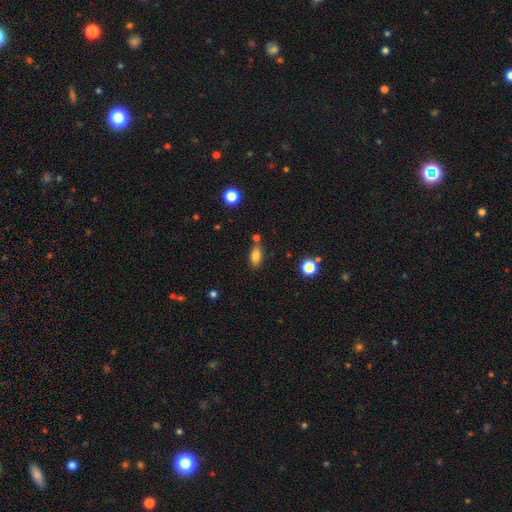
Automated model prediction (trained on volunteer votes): Smooth or featured? Predicted: smooth (p=0.81). How rounded? Predicted: in between (p=0.87). Merging? Predicted: none (p=0.74).